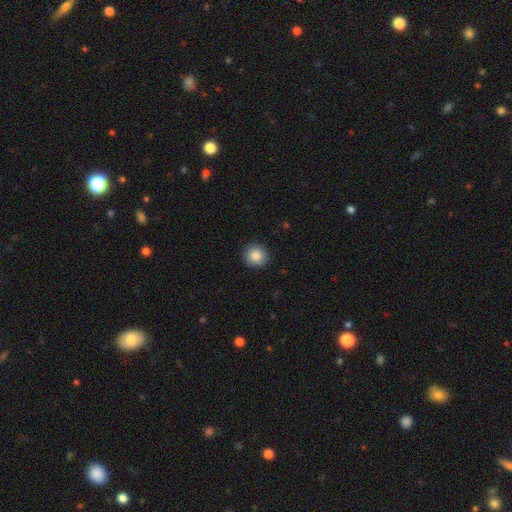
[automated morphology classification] A smooth galaxy with no disk features (87%) that is round (92%).

Vote fractions:
- Smooth or featured? smooth: 87% / star or artifact: 8% / featured or disk: 5%
- How rounded? round: 92% / in between: 7% / cigar-shaped: 1%
- Merging? none: 92% / minor disturbance: 6% / major disturbance: 2% / merger: 1%